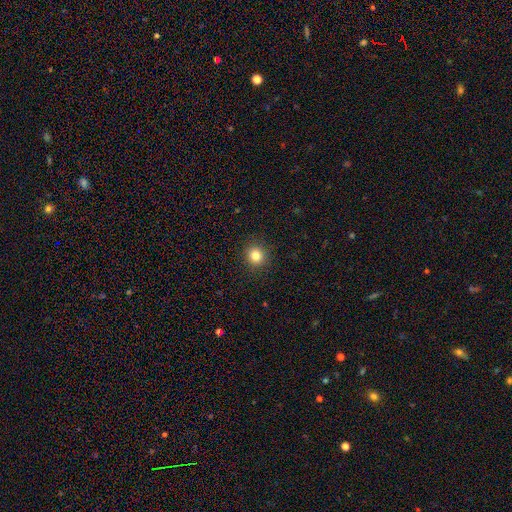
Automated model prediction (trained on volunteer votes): Smooth or featured: smooth — 83% (star or artifact — 12%)
How rounded: round — 91% (in between — 9%)
Merging: none — 92% (minor disturbance — 5%)